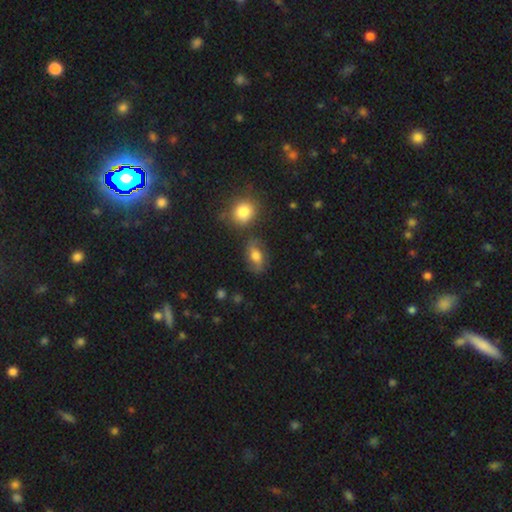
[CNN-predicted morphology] Smooth or featured? smooth (55%)
How rounded? in between (79%)
Merging? none (69%)